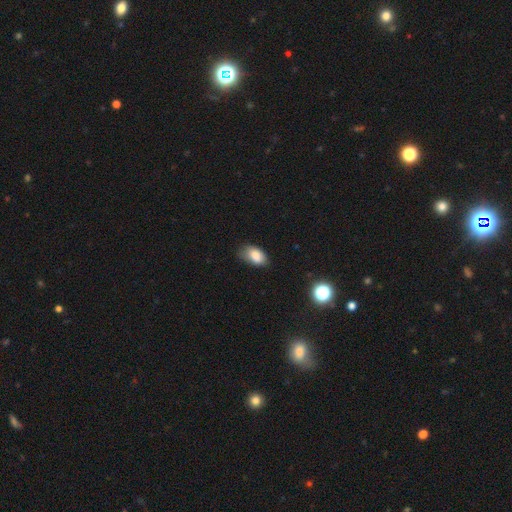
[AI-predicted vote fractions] Overall: smooth (83%). How rounded: in between (91%). Merging: none (62%; minor disturbance 30%).